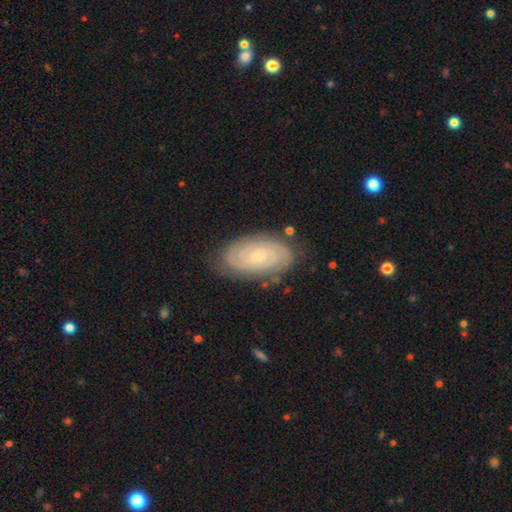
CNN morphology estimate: Smooth or featured: featured or disk — 75% (smooth — 17%)
Edge-on disk: no — 95% (yes — 5%)
Bar: no — 58% (weak — 35%)
Spiral arms: yes — 95% (no — 5%)
Spiral winding: tight — 73% (medium — 22%)
Spiral arm count: 2 — 52% (can't tell — 25%)
Bulge size: small — 65% (moderate — 24%)
Merging: none — 81% (minor disturbance — 14%)